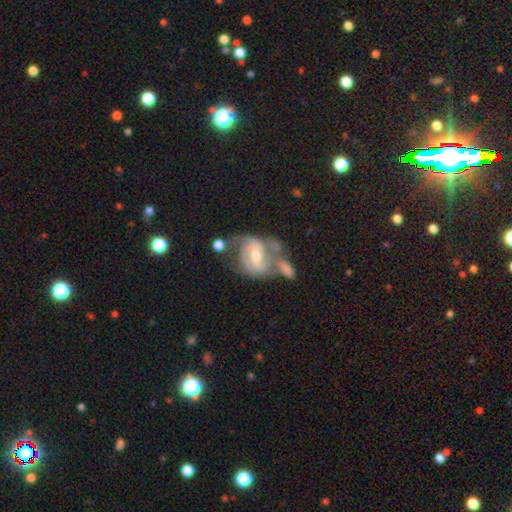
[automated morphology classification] Smooth or featured?
  - featured or disk: 86% *
  - smooth: 8%
  - star or artifact: 6%
Edge-on disk?
  - no: 97% *
  - yes: 3%
Bar?
  - weak: 46% *
  - strong: 33%
  - no: 21%
Spiral arms?
  - yes: 93% *
  - no: 7%
Spiral winding?
  - medium: 49% *
  - tight: 32%
  - loose: 19%
Spiral arm count?
  - 2: 75% *
  - can't tell: 10%
  - 3: 8%
  - 1: 3%
  - 4: 2%
  - more than 4: 2%
Bulge size?
  - moderate: 58% *
  - small: 37%
  - large: 3%
  - none: 1%
  - dominant: 1%
Merging?
  - none: 36% *
  - merger: 28%
  - minor disturbance: 19%
  - major disturbance: 17%